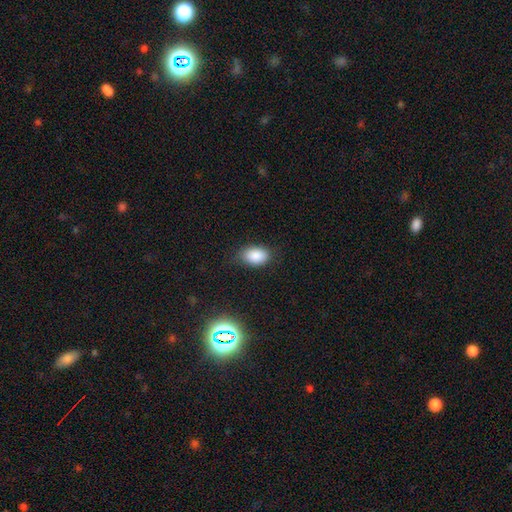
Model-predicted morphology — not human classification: A smooth galaxy with no disk features (86%) that is in between round and cigar-shaped (85%).

Vote fractions:
- Smooth or featured? smooth: 86% / star or artifact: 9% / featured or disk: 5%
- How rounded? in between: 85% / round: 14% / cigar-shaped: 1%
- Merging? none: 77% / minor disturbance: 17% / major disturbance: 4% / merger: 1%